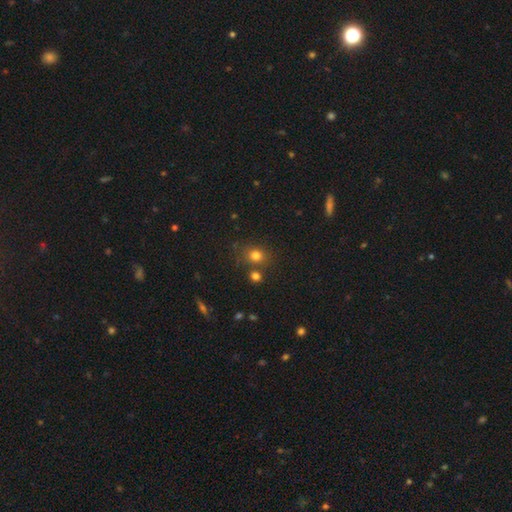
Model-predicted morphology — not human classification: This appears to be a smooth galaxy with no disk features (78%) that is round (71%). Merging: none (71%).